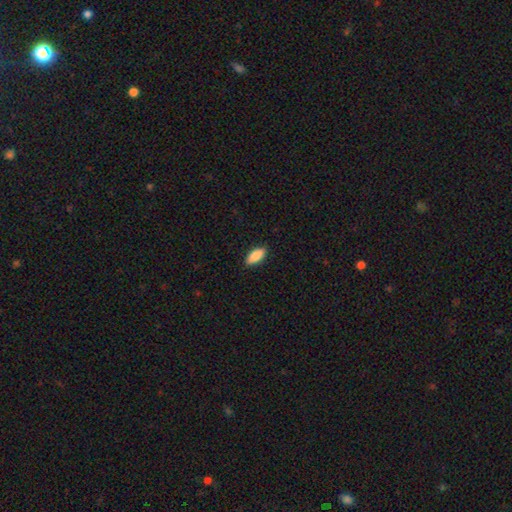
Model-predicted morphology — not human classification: Smooth or featured?
  - smooth: 88% *
  - star or artifact: 6%
  - featured or disk: 6%
How rounded?
  - in between: 84% *
  - cigar-shaped: 14%
  - round: 2%
Merging?
  - none: 88% *
  - minor disturbance: 9%
  - major disturbance: 2%
  - merger: 1%